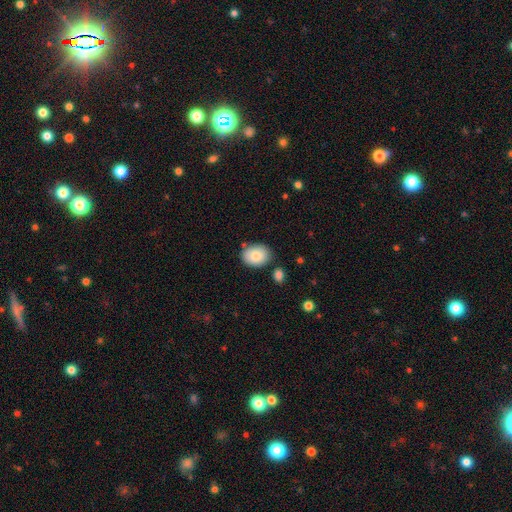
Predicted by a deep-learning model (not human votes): smooth_or_featured: smooth (p=0.84) [alt: featured or disk p=0.09]
how_rounded: in between (p=0.73) [alt: round p=0.26]
merging: none (p=0.78) [alt: minor disturbance p=0.14]